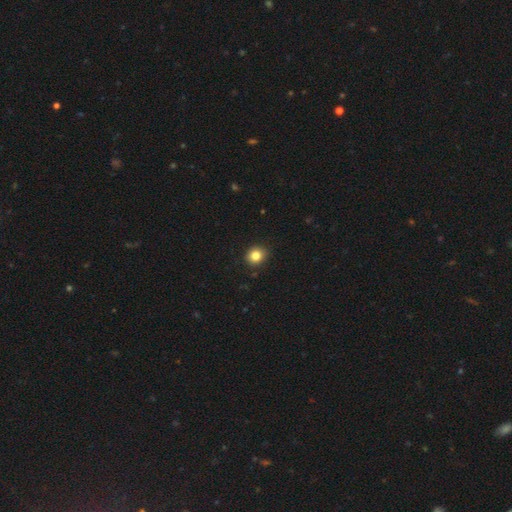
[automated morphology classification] type=smooth (84%); roundness=round (82%); merging=none (91%).